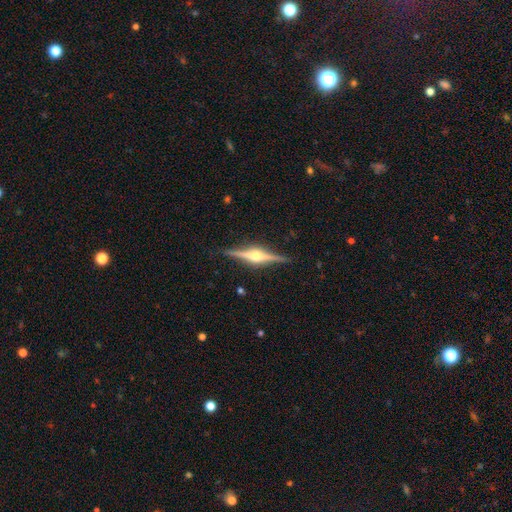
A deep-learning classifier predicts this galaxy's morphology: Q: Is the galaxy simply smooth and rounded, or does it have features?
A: featured or disk — 86%.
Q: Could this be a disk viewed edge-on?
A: yes — 98%.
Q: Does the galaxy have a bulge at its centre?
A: rounded — 94%.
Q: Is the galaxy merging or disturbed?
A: none — 91%.